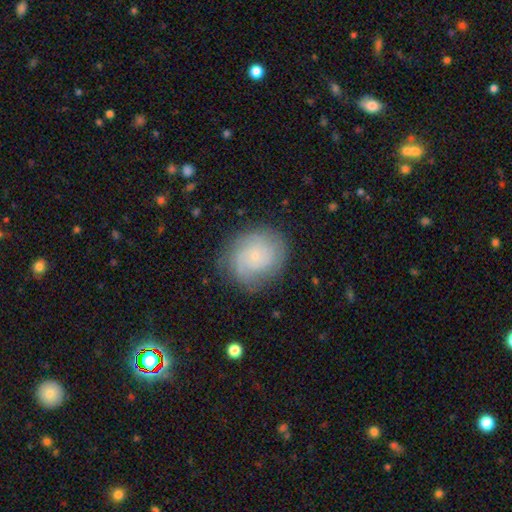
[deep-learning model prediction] Smooth or featured?
  - featured or disk: 58% *
  - smooth: 33%
  - star or artifact: 9%
Edge-on disk?
  - no: 98% *
  - yes: 2%
Bar?
  - no: 81% *
  - weak: 17%
  - strong: 2%
Spiral arms?
  - yes: 88% *
  - no: 12%
Spiral winding?
  - tight: 64% *
  - medium: 27%
  - loose: 9%
Spiral arm count?
  - can't tell: 42% *
  - 2: 22%
  - 3: 17%
  - 4: 8%
  - 1: 6%
  - more than 4: 5%
Bulge size?
  - small: 81% *
  - moderate: 10%
  - none: 6%
  - large: 1%
  - dominant: 1%
Merging?
  - none: 74% *
  - minor disturbance: 17%
  - major disturbance: 7%
  - merger: 1%